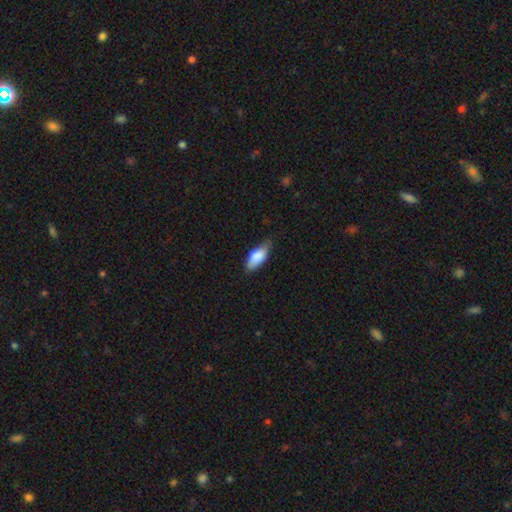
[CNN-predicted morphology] type=smooth (82%); roundness=in between (83%); merging=none (64%).